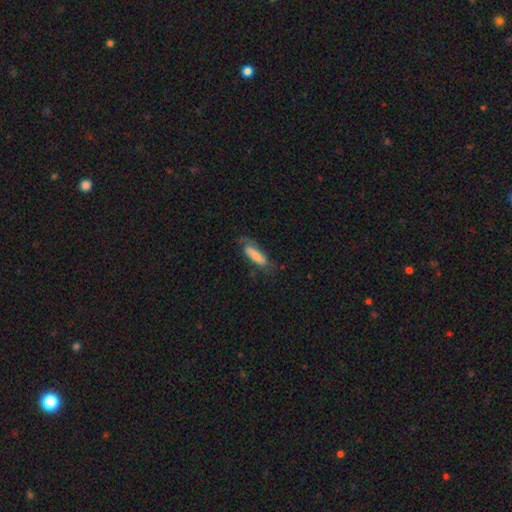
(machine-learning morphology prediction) smooth 71%, featured or disk 22%, star or artifact 7%. Down the decision tree: how rounded — cigar-shaped (56%); merging — none (55%).